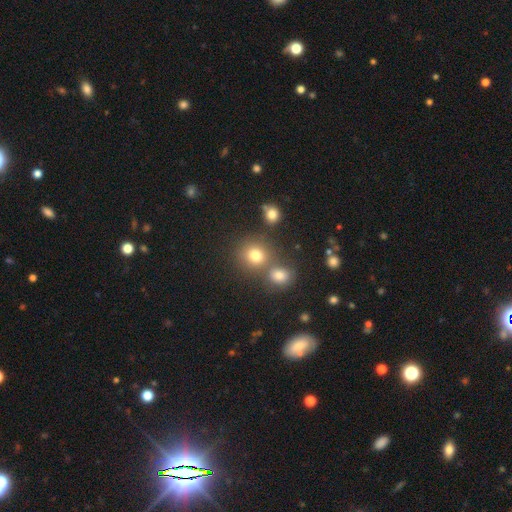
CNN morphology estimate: smooth 76%, star or artifact 16%, featured or disk 8%. Down the decision tree: how rounded — round (84%); merging — none (64%).